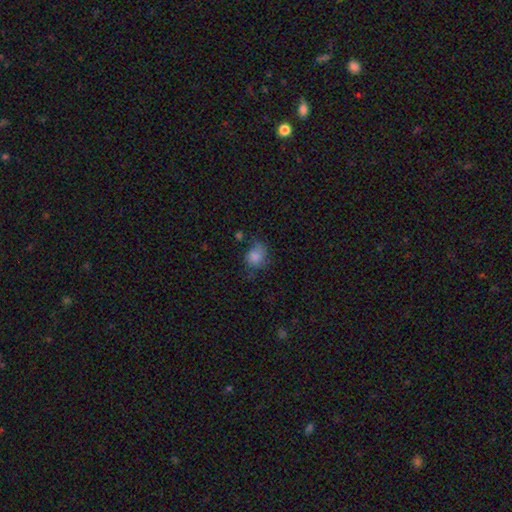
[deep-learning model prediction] This appears to be a smooth galaxy with no disk features (74%) that is round (64%). Merging: none (48%).